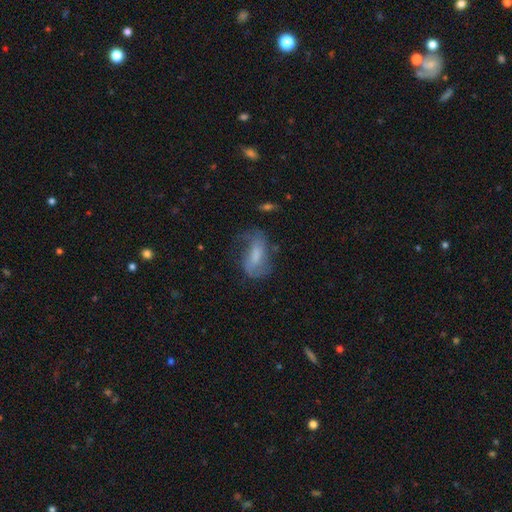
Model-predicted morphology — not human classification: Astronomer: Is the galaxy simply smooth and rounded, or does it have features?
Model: featured or disk — 53% (runner-up: smooth, 38%).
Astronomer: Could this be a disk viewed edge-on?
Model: no — 93%.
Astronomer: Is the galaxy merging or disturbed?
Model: none — 43% (runner-up: major disturbance, 28%).